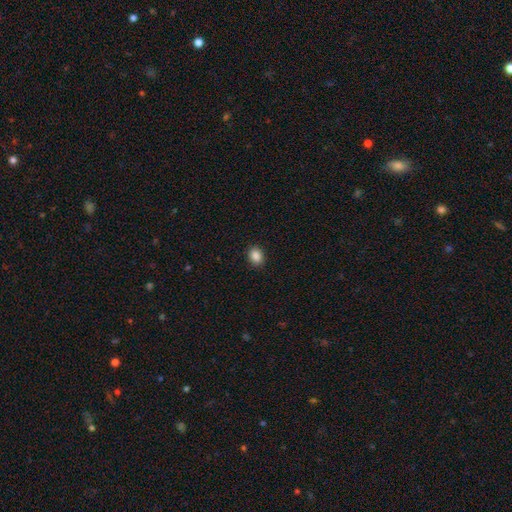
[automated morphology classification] smooth_or_featured: smooth (p=0.88) [alt: star or artifact p=0.09]
how_rounded: in between (p=0.50) [alt: round p=0.49]
merging: none (p=0.90) [alt: minor disturbance p=0.07]